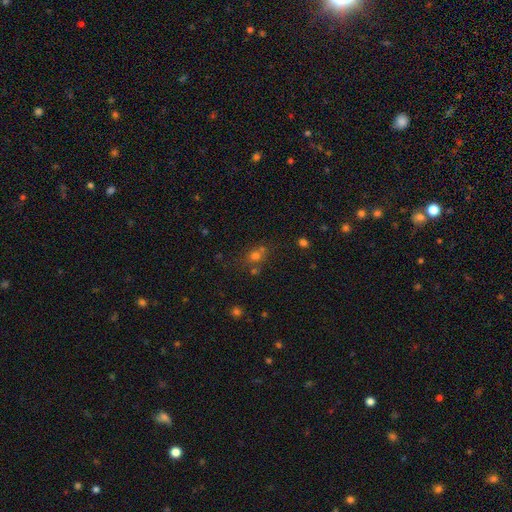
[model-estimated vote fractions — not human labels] This appears to be a smooth galaxy with no disk features (62%) that is round (68%). Merging: none (57%).